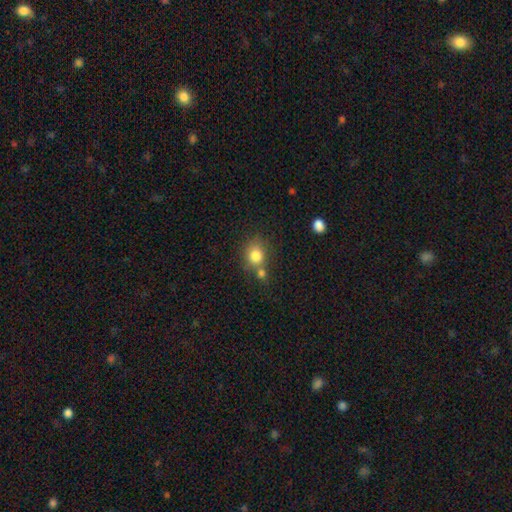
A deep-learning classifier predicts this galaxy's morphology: type=smooth (81%); roundness=round (73%); merging=none (52%).